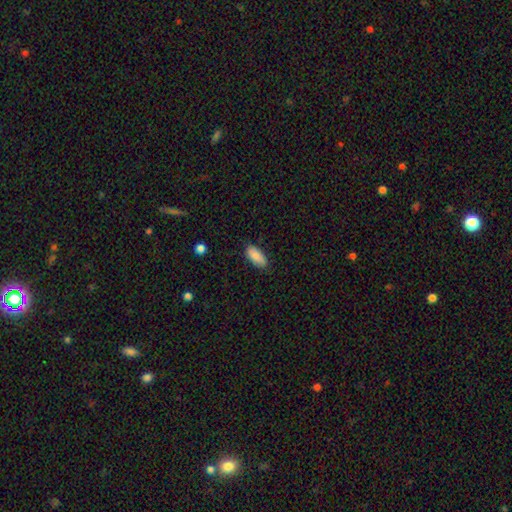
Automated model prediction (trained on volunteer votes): Smooth or featured? smooth (88%)
How rounded? in between (87%)
Merging? none (83%)